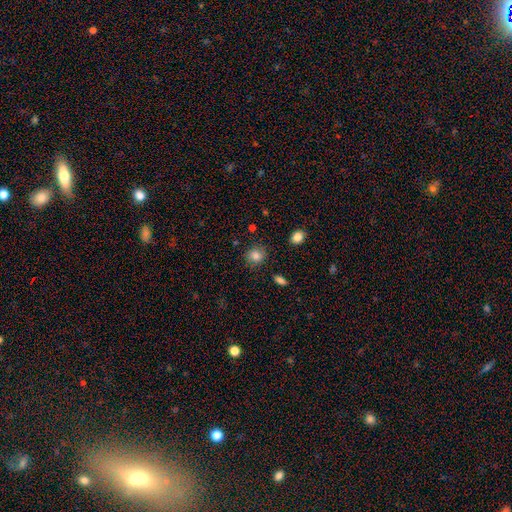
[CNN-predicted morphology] Smooth or featured? smooth (83%)
How rounded? round (81%)
Merging? none (84%)